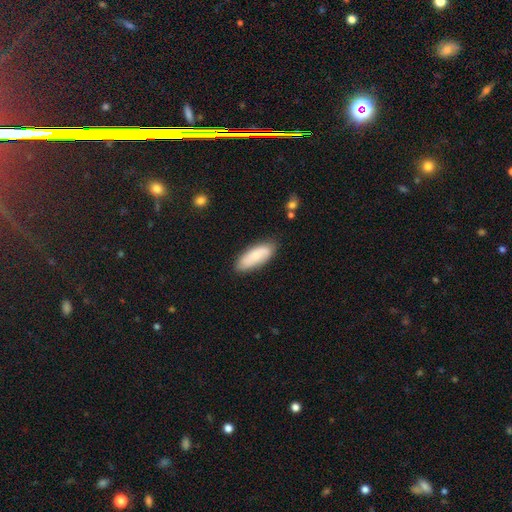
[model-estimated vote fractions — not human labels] A smooth galaxy with no disk features (75%) that is in between round and cigar-shaped (73%).

Vote fractions:
- Smooth or featured? smooth: 75% / featured or disk: 19% / star or artifact: 6%
- How rounded? in between: 73% / cigar-shaped: 25% / round: 2%
- Merging? none: 81% / minor disturbance: 15% / major disturbance: 3% / merger: 2%